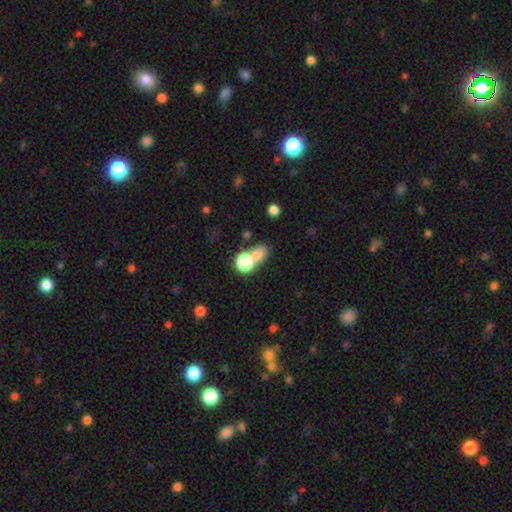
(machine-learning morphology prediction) Smooth or featured? smooth (71%)
How rounded? round (57%)
Merging? merger (48%)